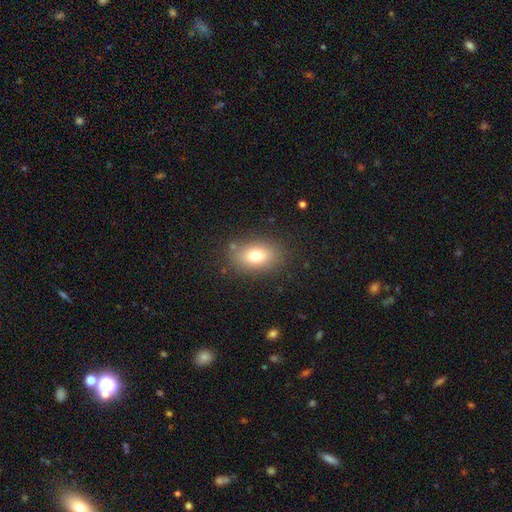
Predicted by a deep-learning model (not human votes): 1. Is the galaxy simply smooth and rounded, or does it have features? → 76% smooth, 13% featured or disk, 10% star or artifact.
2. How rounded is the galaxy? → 82% in between, 16% round, 2% cigar-shaped.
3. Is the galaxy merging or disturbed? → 82% none, 12% minor disturbance, 4% major disturbance, 3% merger.